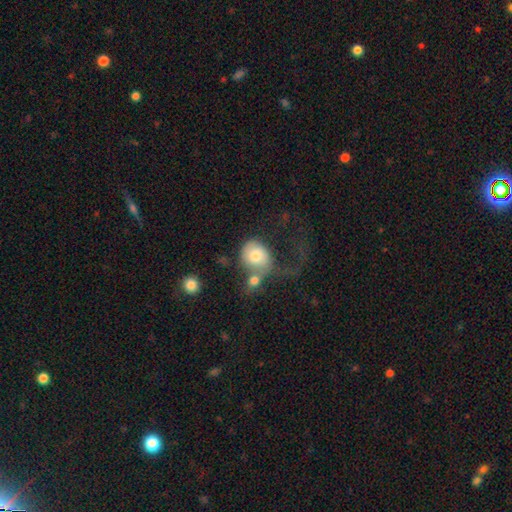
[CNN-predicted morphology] type=smooth (72%); roundness=round (67%); merging=merger (45%).